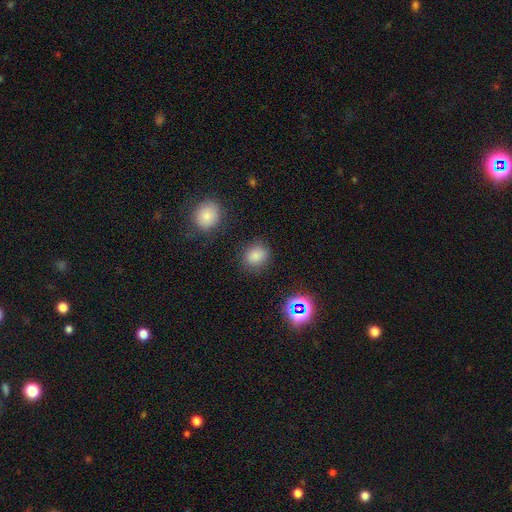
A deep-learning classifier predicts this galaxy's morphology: smooth-or-featured: smooth: 81% | star or artifact: 14% | featured or disk: 5%
  how-rounded: round: 66% | in between: 33% | cigar-shaped: 1%
  merging: none: 83% | minor disturbance: 11% | major disturbance: 4% | merger: 3%